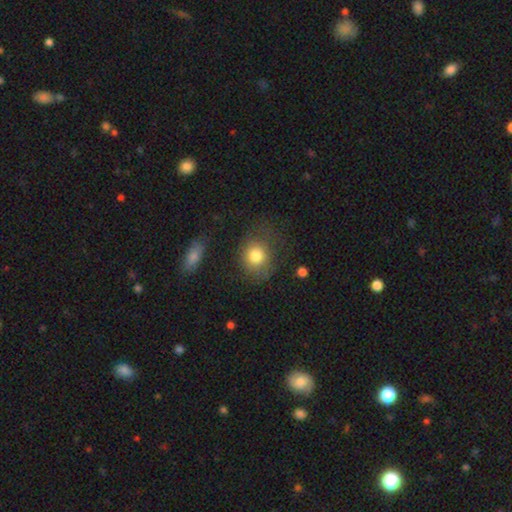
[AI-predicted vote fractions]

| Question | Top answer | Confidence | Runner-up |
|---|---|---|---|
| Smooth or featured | smooth | 79% | featured or disk (11%) |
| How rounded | round | 70% | in between (29%) |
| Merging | none | 66% | minor disturbance (19%) |